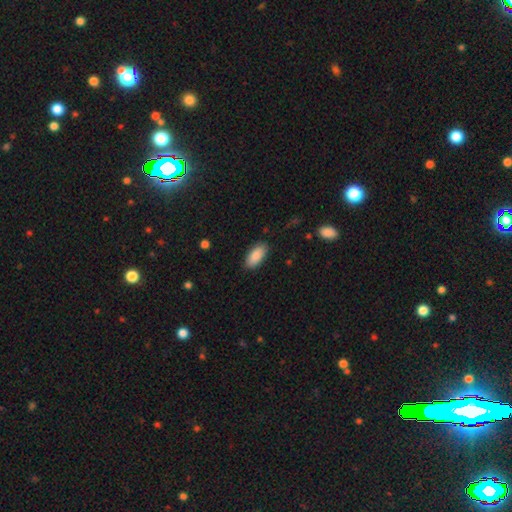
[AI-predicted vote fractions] Morphology: type=smooth (88%); roundness=in between (90%); merging=none (86%).